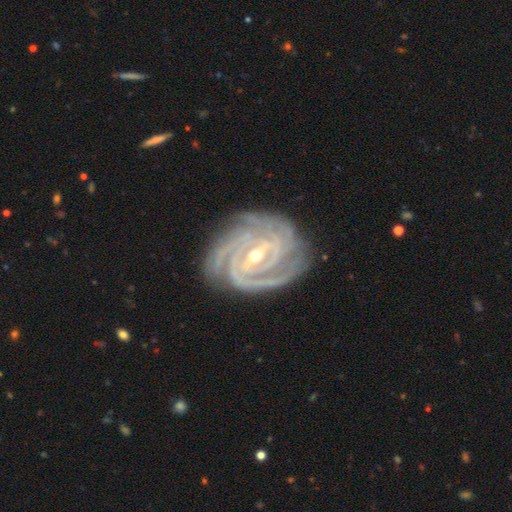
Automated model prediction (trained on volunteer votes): Smooth or featured?
  - featured or disk: 93% *
  - star or artifact: 4%
  - smooth: 3%
Edge-on disk?
  - no: 97% *
  - yes: 3%
Bar?
  - strong: 46% *
  - weak: 40%
  - no: 14%
Spiral arms?
  - yes: 99% *
  - no: 1%
Spiral winding?
  - tight: 81% *
  - medium: 17%
  - loose: 2%
Spiral arm count?
  - 3: 32% *
  - 4: 30%
  - 2: 12%
  - can't tell: 12%
  - more than 4: 8%
  - 1: 6%
Bulge size?
  - small: 57% *
  - moderate: 41%
  - large: 1%
  - none: 1%
  - dominant: 1%
Merging?
  - none: 79% *
  - minor disturbance: 16%
  - major disturbance: 4%
  - merger: 1%